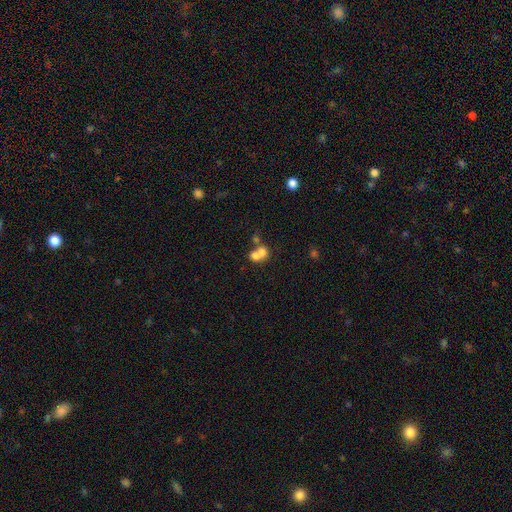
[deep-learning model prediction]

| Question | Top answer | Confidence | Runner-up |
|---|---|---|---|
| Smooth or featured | smooth | 68% | featured or disk (21%) |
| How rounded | round | 65% | in between (34%) |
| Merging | merger | 69% | none (23%) |